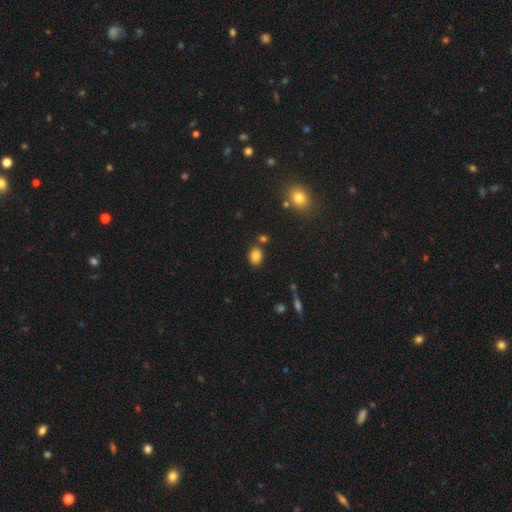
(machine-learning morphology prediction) This appears to be a smooth galaxy with no disk features (83%) that is in between round and cigar-shaped (59%). Merging: none (78%).